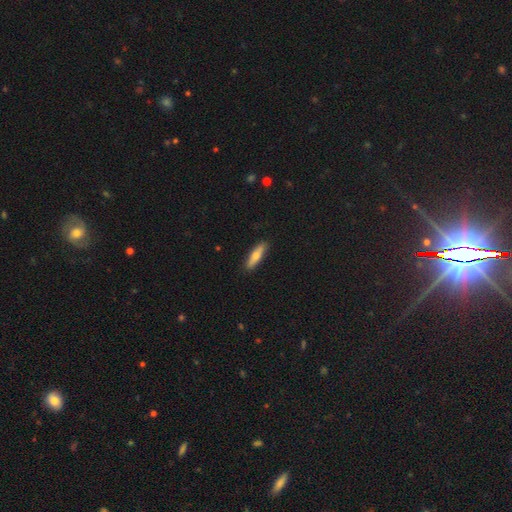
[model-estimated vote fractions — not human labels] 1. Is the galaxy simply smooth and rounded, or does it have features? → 64% smooth, 30% featured or disk, 6% star or artifact.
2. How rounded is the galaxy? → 72% cigar-shaped, 26% in between, 2% round.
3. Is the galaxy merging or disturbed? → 89% none, 9% minor disturbance, 2% major disturbance, 1% merger.